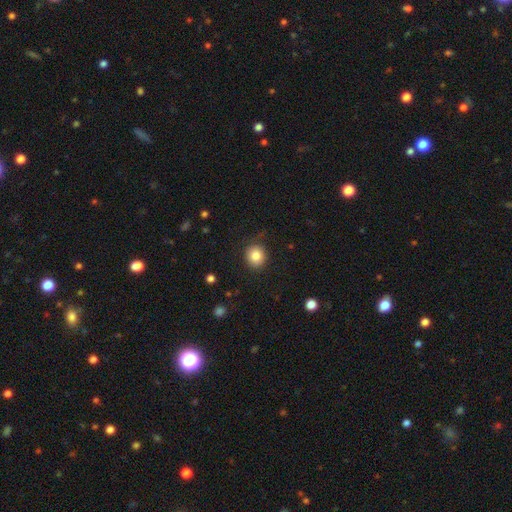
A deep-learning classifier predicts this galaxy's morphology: type=smooth (84%); roundness=round (86%); merging=none (87%).